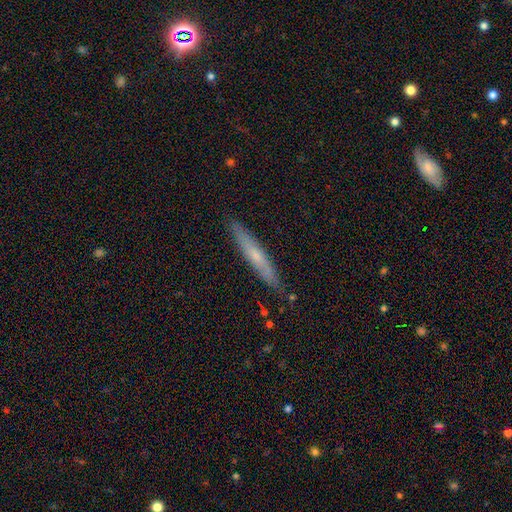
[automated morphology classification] A smooth galaxy with no disk features (48%).

Vote fractions:
- Smooth or featured? smooth: 48% / featured or disk: 46% / star or artifact: 7%
- Merging? none: 87% / minor disturbance: 10% / major disturbance: 2% / merger: 1%